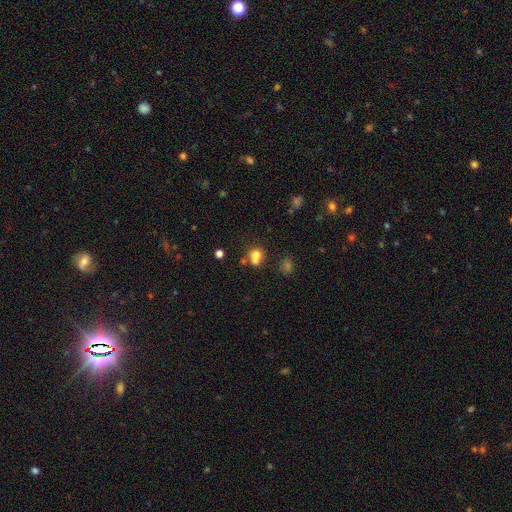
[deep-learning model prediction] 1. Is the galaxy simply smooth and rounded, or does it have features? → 73% smooth, 14% star or artifact, 13% featured or disk.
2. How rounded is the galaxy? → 65% round, 34% in between, 1% cigar-shaped.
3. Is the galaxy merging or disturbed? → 43% merger, 37% none, 13% minor disturbance, 7% major disturbance.